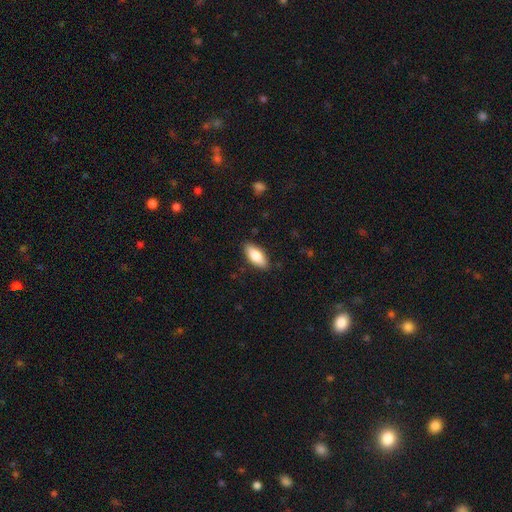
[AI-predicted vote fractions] A smooth galaxy with no disk features (82%) that is in between round and cigar-shaped (86%).

Vote fractions:
- Smooth or featured? smooth: 82% / featured or disk: 12% / star or artifact: 6%
- How rounded? in between: 86% / cigar-shaped: 12% / round: 2%
- Merging? none: 87% / minor disturbance: 10% / major disturbance: 2% / merger: 1%